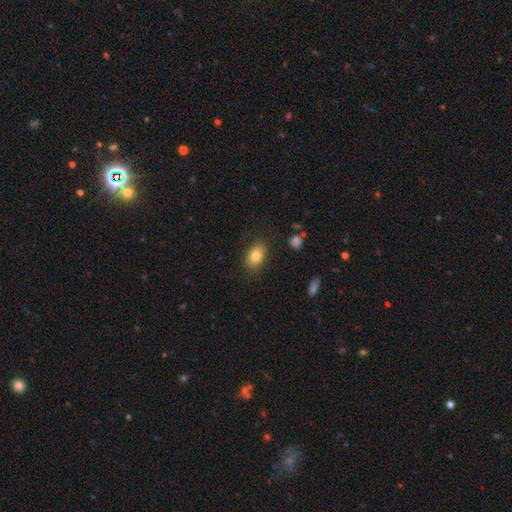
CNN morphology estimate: Smooth or featured? Predicted: smooth (p=0.81). How rounded? Predicted: in between (p=0.86). Merging? Predicted: none (p=0.84).